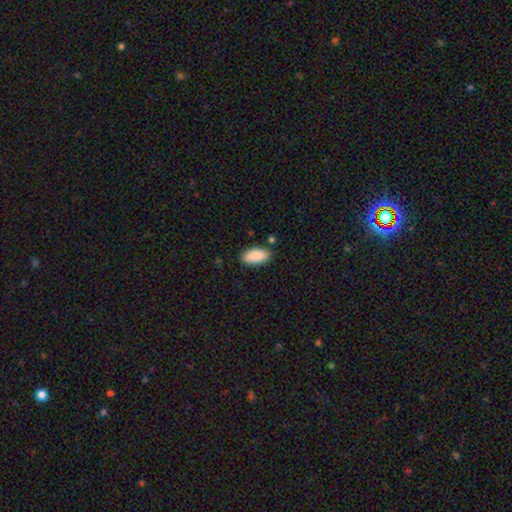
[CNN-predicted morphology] Smooth or featured? Predicted: smooth (p=0.90). How rounded? Predicted: in between (p=0.92). Merging? Predicted: none (p=0.84).